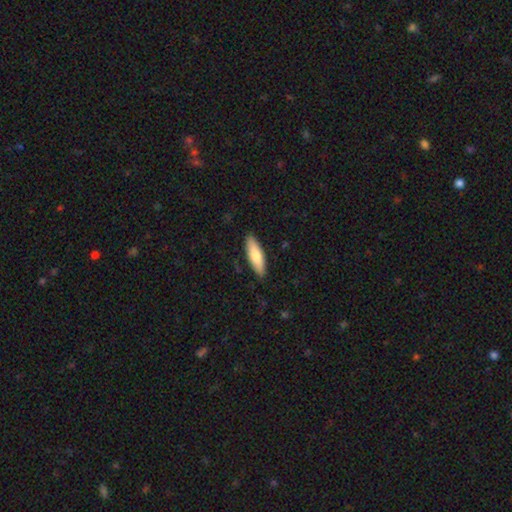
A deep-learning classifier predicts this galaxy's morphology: Smooth or featured?
  - smooth: 77% *
  - featured or disk: 18%
  - star or artifact: 5%
How rounded?
  - cigar-shaped: 52% *
  - in between: 46%
  - round: 2%
Merging?
  - none: 89% *
  - minor disturbance: 8%
  - major disturbance: 2%
  - merger: 1%